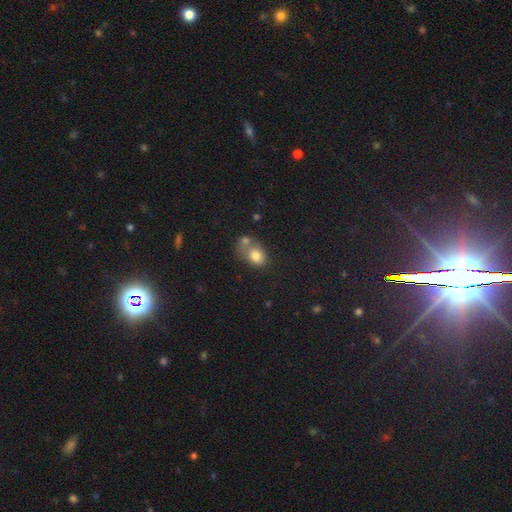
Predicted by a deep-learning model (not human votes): Smooth or featured? smooth (77%)
How rounded? in between (65%)
Merging? merger (47%)